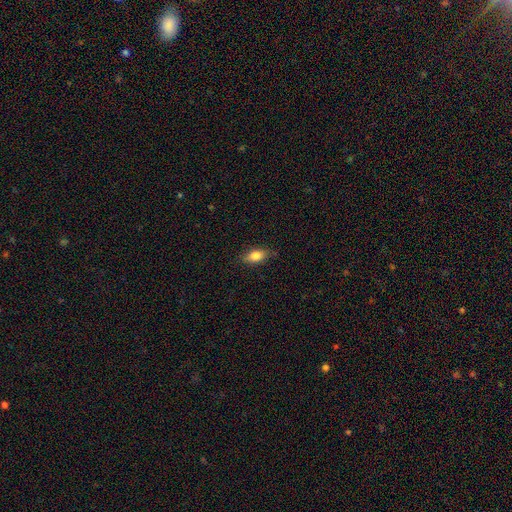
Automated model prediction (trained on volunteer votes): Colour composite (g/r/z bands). It shows a smooth galaxy with no disk features (79%) that is in between round and cigar-shaped (84%). Merging: none (82%).